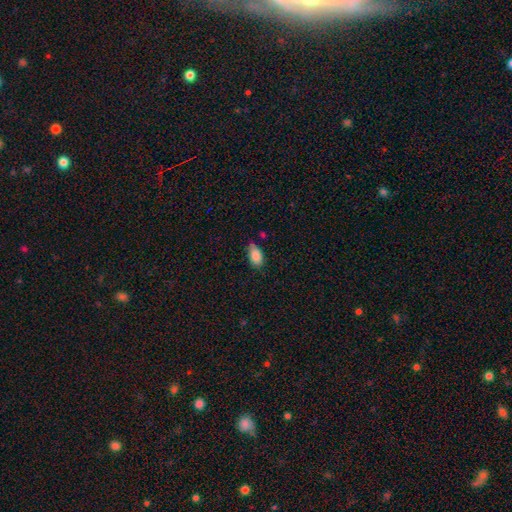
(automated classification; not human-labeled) Q: Smooth or featured?
A: smooth (87%); runner-up: star or artifact (7%)
Q: How rounded?
A: in between (92%); runner-up: round (4%)
Q: Merging?
A: none (62%); runner-up: minor disturbance (30%)